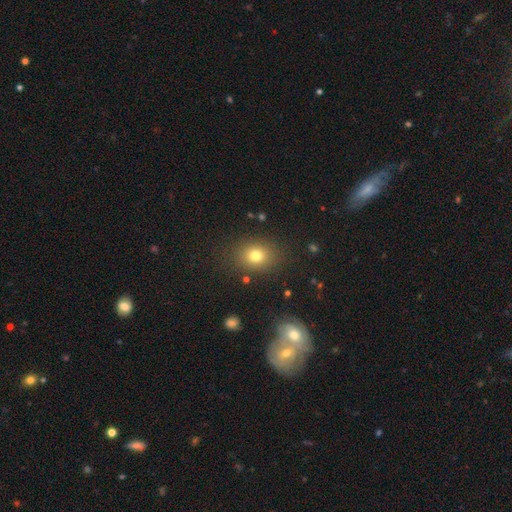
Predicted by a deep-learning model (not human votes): This is likely a smooth galaxy (76%). How rounded: possibly round (51%). Merging: clearly none (84%).